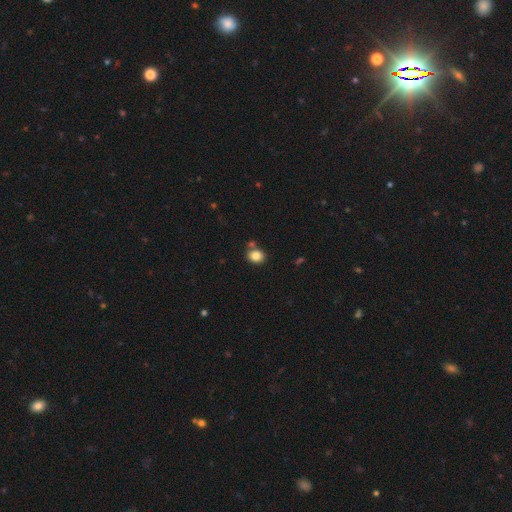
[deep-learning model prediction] This appears to be a smooth galaxy with no disk features (84%) that is round (59%). Merging: none (72%).